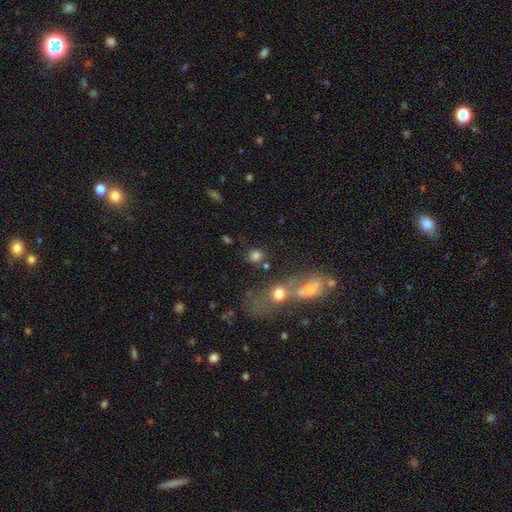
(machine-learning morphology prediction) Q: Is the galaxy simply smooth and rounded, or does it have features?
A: smooth — 78%.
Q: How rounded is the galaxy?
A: round — 80%.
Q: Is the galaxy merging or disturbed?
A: none — 64%.